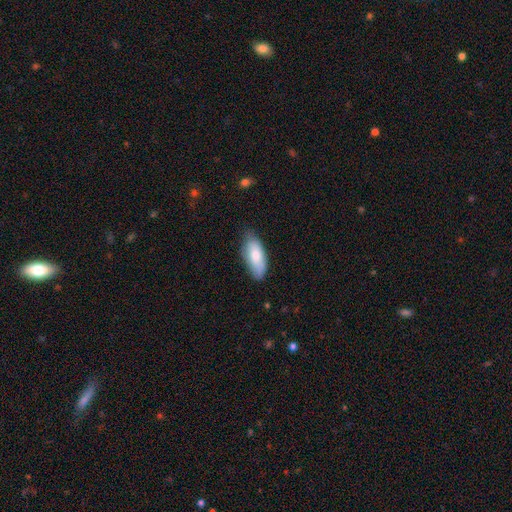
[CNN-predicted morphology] This appears to be a smooth galaxy with no disk features (80%) that is in between round and cigar-shaped (85%). Merging: none (73%).